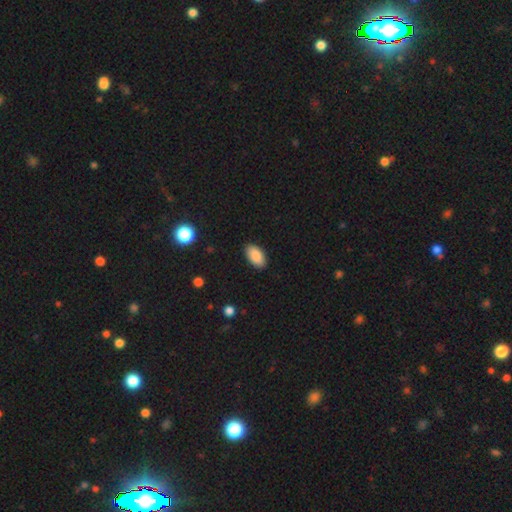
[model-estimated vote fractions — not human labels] Morphology: type=smooth (88%); roundness=in between (95%); merging=none (89%).